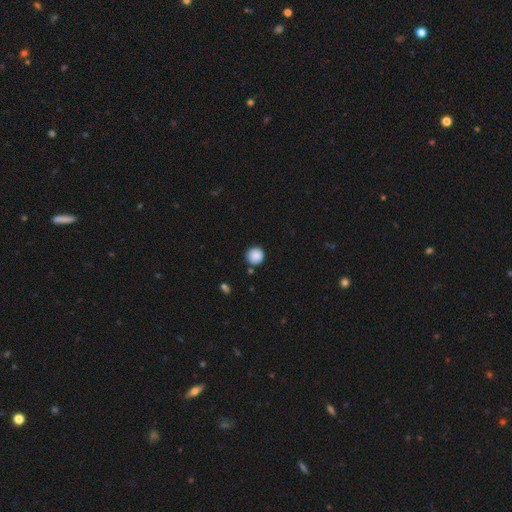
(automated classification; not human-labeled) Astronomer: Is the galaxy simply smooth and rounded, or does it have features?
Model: smooth — 88%.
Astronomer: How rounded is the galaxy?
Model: round — 95%.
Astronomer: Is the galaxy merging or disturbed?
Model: none — 86%.